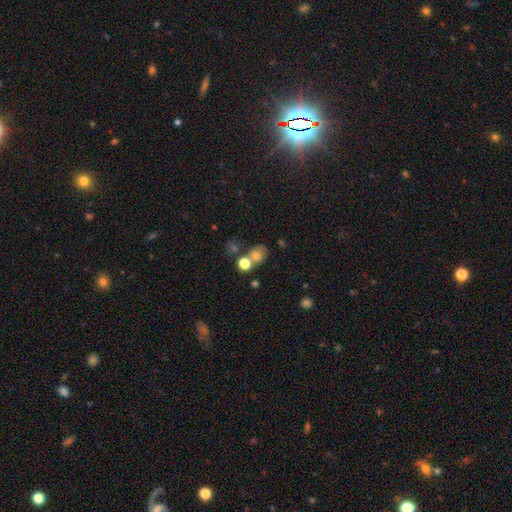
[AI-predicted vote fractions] Smooth or featured? smooth (69%)
How rounded? round (63%)
Merging? none (47%)